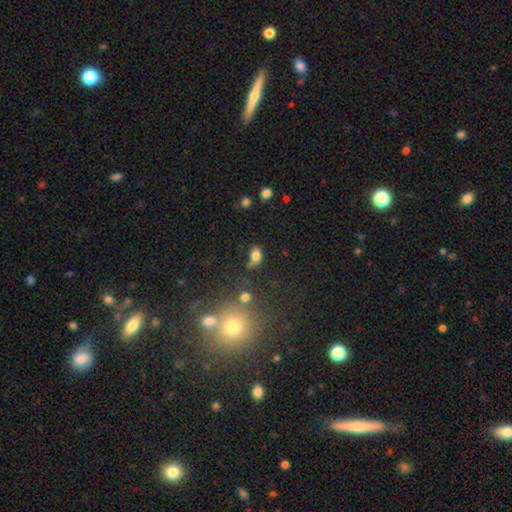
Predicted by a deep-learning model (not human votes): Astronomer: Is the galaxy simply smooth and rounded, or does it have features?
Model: smooth — 79%.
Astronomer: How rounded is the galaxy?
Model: in between — 81%.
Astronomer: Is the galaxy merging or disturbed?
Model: none — 52%.